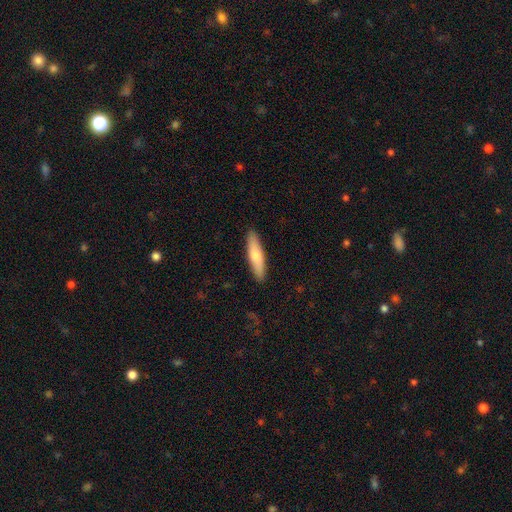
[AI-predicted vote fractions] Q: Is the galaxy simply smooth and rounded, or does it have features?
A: smooth — 74%.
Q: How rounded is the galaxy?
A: cigar-shaped — 75%.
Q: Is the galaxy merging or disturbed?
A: none — 90%.